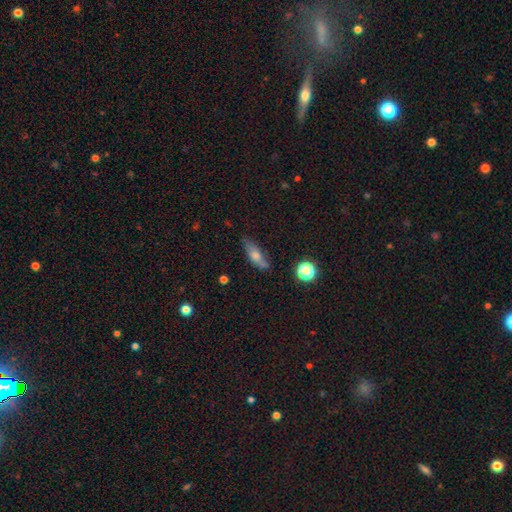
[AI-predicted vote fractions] Morphology: type=smooth (62%); roundness=in between (57%); merging=none (68%).